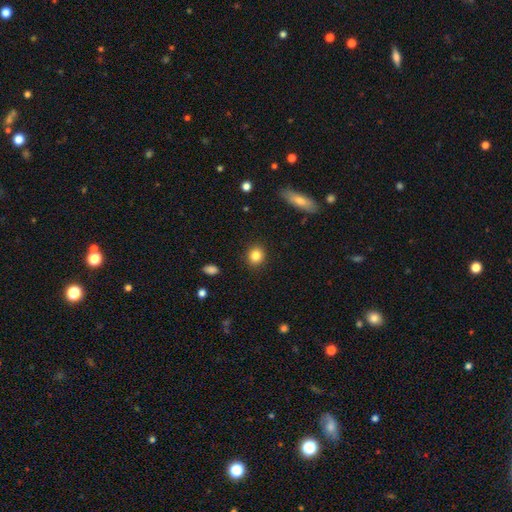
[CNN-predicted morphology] A smooth galaxy with no disk features (85%) that is round (78%).

Vote fractions:
- Smooth or featured? smooth: 85% / star or artifact: 9% / featured or disk: 6%
- How rounded? round: 78% / in between: 20% / cigar-shaped: 1%
- Merging? none: 90% / minor disturbance: 7% / major disturbance: 2% / merger: 1%